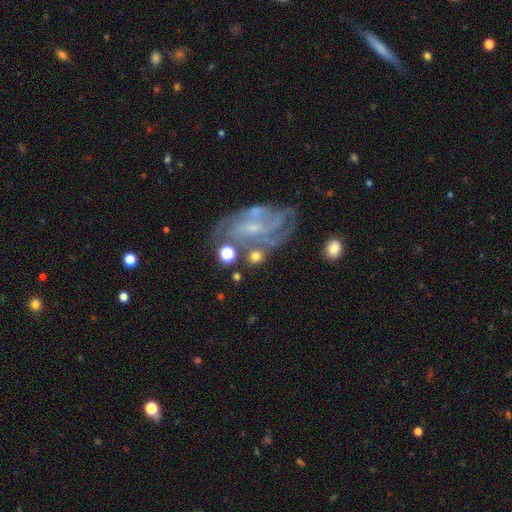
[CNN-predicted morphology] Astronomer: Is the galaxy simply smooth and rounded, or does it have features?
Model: featured or disk — 69%.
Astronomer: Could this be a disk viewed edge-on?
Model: no — 96%.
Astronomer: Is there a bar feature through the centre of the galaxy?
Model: no — 58% (runner-up: weak, 33%).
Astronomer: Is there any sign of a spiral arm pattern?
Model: yes — 84%.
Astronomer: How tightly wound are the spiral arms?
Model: tight — 49% (runner-up: medium, 38%).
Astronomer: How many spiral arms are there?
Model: can't tell — 34% (runner-up: 3, 24%).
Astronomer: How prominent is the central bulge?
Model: small — 68%.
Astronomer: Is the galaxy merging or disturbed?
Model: none — 56%.